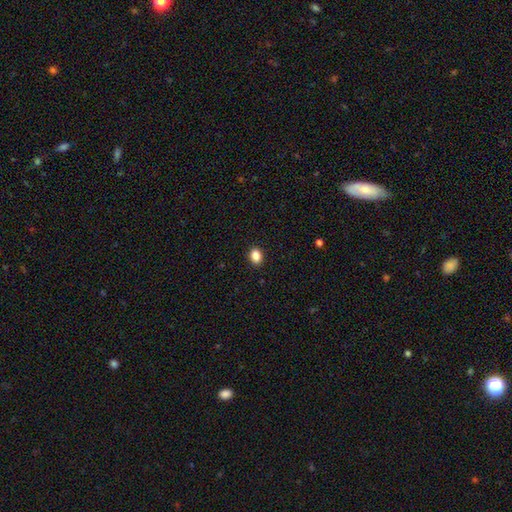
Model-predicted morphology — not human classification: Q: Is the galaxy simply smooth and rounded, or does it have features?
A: smooth — 86%.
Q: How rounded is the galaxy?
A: in between — 62%.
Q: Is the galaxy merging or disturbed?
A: none — 91%.